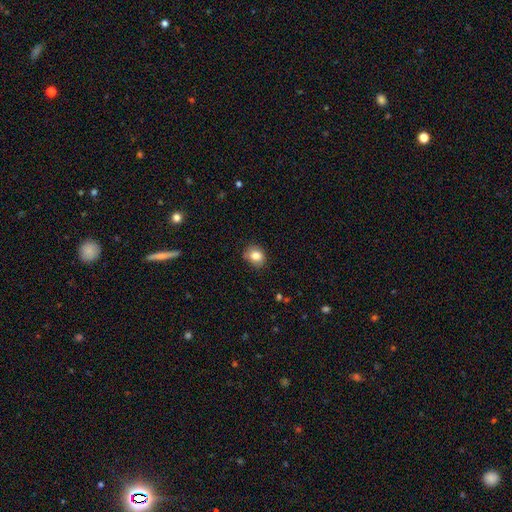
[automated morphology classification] smooth_or_featured: smooth (p=0.83) [alt: star or artifact p=0.09]
how_rounded: round (p=0.60) [alt: in between p=0.40]
merging: none (p=0.81) [alt: minor disturbance p=0.16]